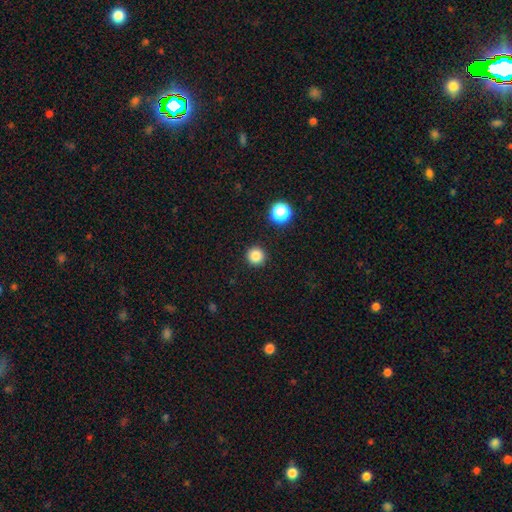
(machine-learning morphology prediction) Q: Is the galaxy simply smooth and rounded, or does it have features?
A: smooth — 84%.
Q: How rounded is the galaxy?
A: round — 96%.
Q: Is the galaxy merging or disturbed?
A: none — 92%.